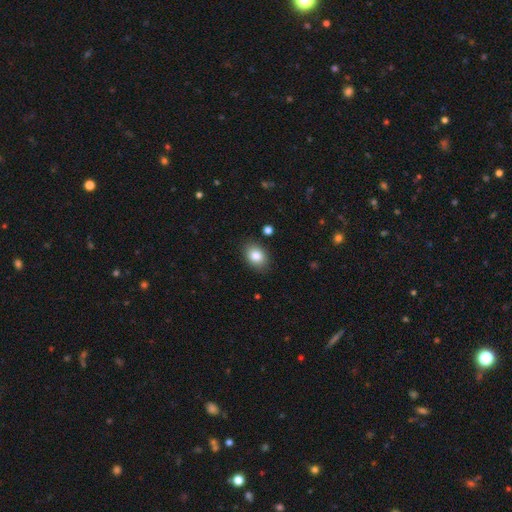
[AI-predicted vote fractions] This appears to be a smooth galaxy with no disk features (83%) that is in between round and cigar-shaped (68%). Merging: none (86%).